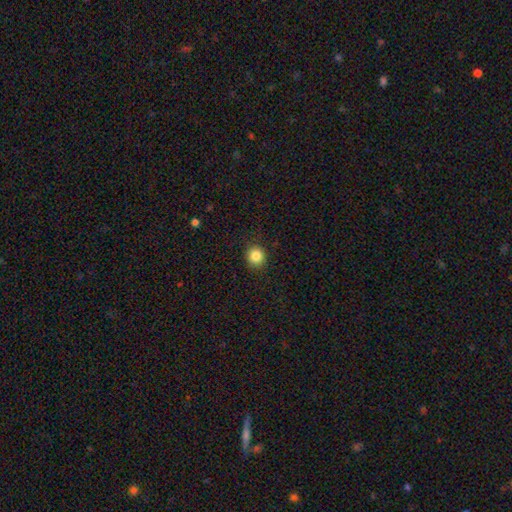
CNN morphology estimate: type=smooth (85%); roundness=round (88%); merging=none (90%).